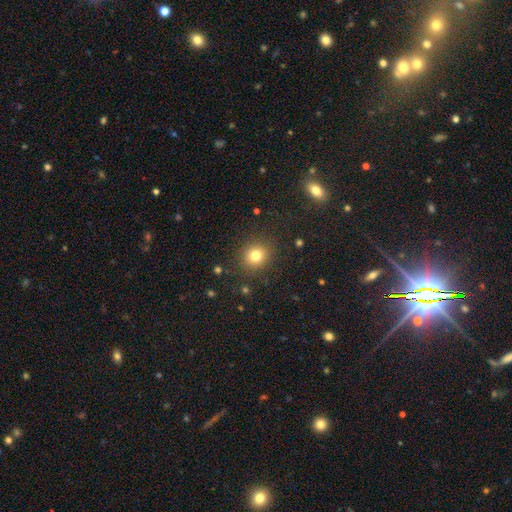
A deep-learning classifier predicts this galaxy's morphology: This is likely a smooth galaxy (79%). How rounded: clearly round (82%). Merging: clearly none (88%).